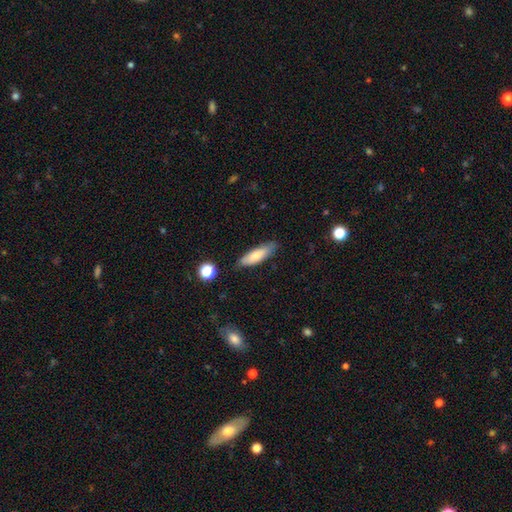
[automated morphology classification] This appears to be a smooth galaxy with no disk features (75%) that is cigar-shaped (52%). Merging: none (78%).